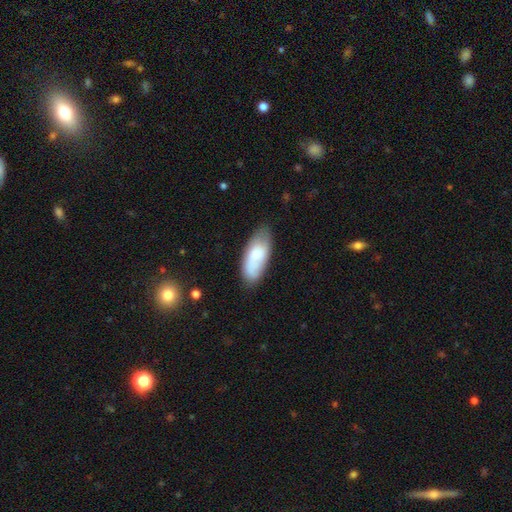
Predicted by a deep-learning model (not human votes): smooth-or-featured: smooth: 70% | featured or disk: 23% | star or artifact: 7%
  how-rounded: in between: 82% | cigar-shaped: 16% | round: 2%
  merging: none: 70% | minor disturbance: 22% | major disturbance: 5% | merger: 2%